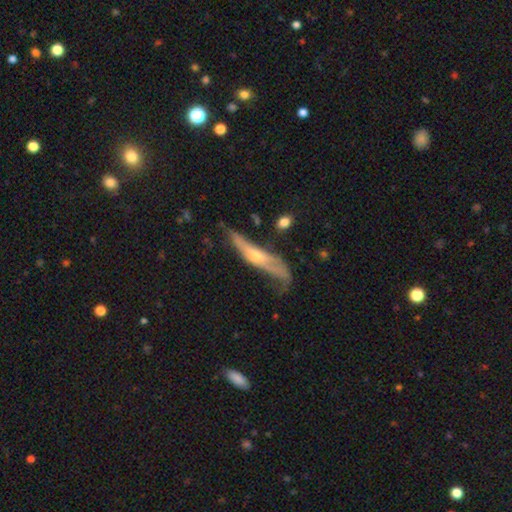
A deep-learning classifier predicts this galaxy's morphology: Q: Smooth or featured?
A: featured or disk (69%); runner-up: smooth (24%)
Q: Edge-on disk?
A: yes (75%); runner-up: no (25%)
Q: Edge-on bulge?
A: rounded (82%); runner-up: none (13%)
Q: Merging?
A: none (45%); runner-up: minor disturbance (31%)